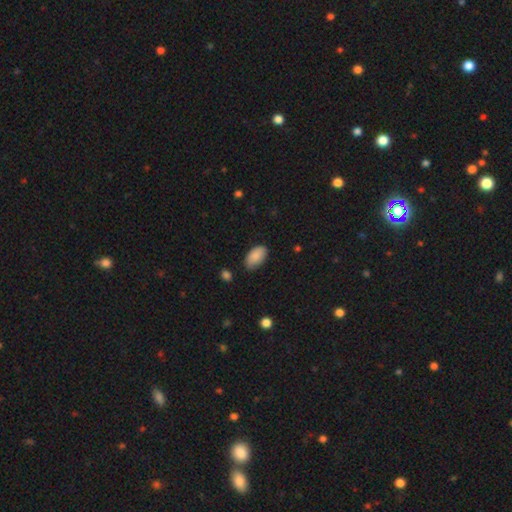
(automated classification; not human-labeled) This appears to be a smooth galaxy with no disk features (87%) that is in between round and cigar-shaped (95%). Merging: none (80%).